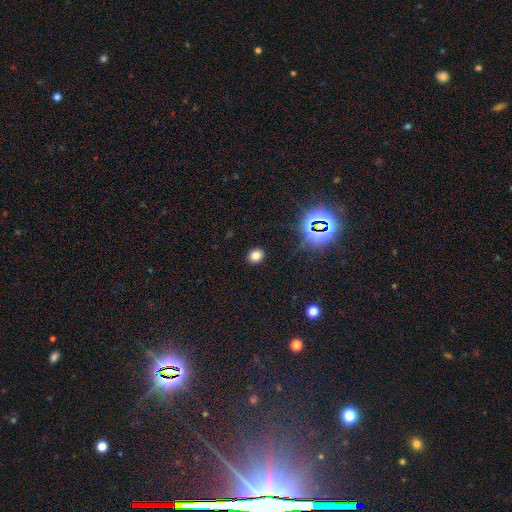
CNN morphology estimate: Q: Smooth or featured?
A: smooth (77%); runner-up: star or artifact (17%)
Q: How rounded?
A: round (68%); runner-up: in between (31%)
Q: Merging?
A: none (90%); runner-up: minor disturbance (6%)